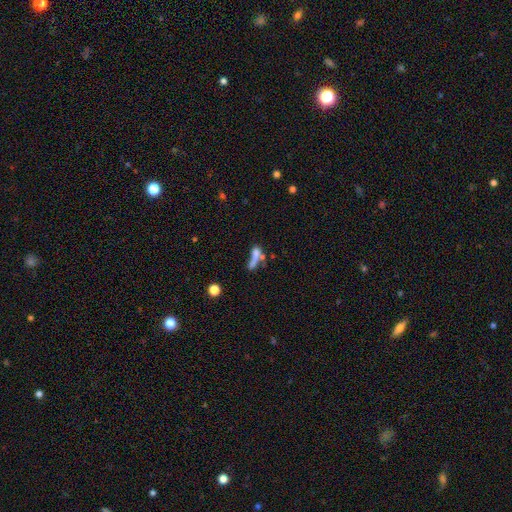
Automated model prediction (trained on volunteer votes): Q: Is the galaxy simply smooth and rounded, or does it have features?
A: smooth — 56%.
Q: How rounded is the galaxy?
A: cigar-shaped — 54%.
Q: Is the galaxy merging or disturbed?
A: merger — 39%.